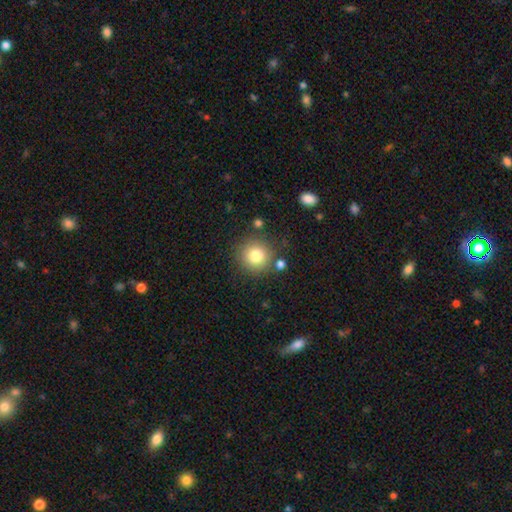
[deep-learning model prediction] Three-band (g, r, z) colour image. It shows a smooth galaxy with no disk features (80%) that is round (94%). Merging: none (82%).